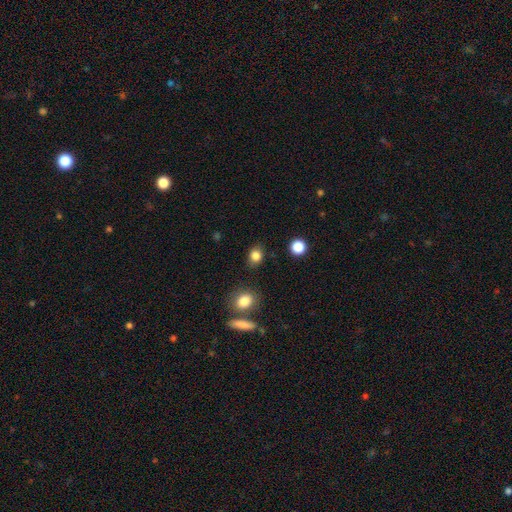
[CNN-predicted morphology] This appears to be a smooth galaxy with no disk features (84%) that is round (58%). Merging: none (83%).